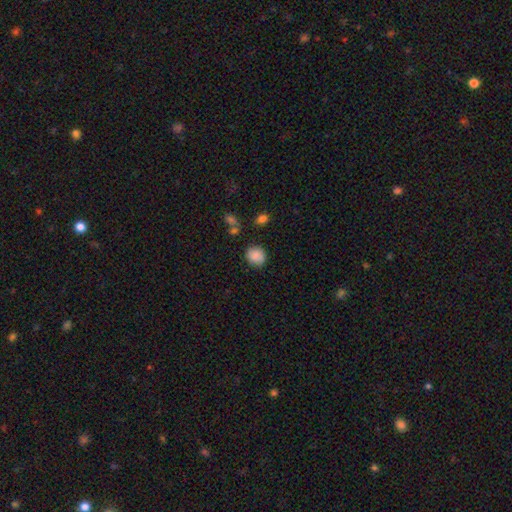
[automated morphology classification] smooth 87%, star or artifact 8%, featured or disk 5%. Down the decision tree: how rounded — round (77%); merging — none (82%).